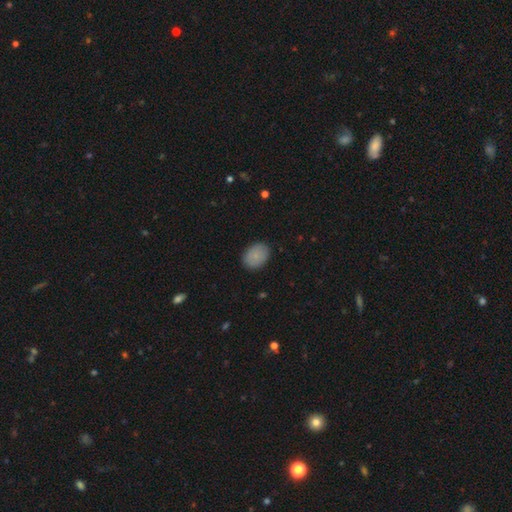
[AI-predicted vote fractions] A smooth galaxy with no disk features (84%) that is in between round and cigar-shaped (71%).

Vote fractions:
- Smooth or featured? smooth: 84% / featured or disk: 9% / star or artifact: 8%
- How rounded? in between: 71% / round: 28% / cigar-shaped: 1%
- Merging? none: 86% / minor disturbance: 10% / major disturbance: 2% / merger: 1%